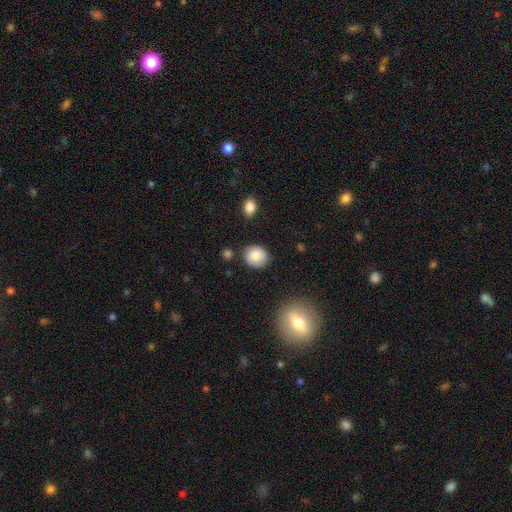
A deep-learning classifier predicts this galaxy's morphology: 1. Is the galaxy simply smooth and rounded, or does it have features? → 83% smooth, 9% featured or disk, 8% star or artifact.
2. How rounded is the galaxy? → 79% round, 20% in between, 1% cigar-shaped.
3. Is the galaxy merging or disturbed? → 83% none, 11% minor disturbance, 3% merger, 3% major disturbance.